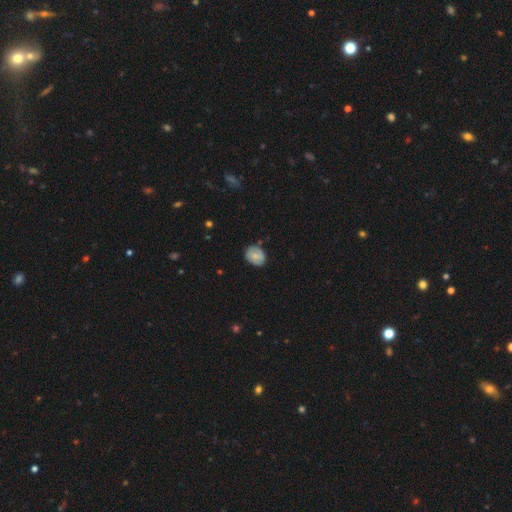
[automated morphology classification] This appears to be a smooth galaxy with no disk features (64%) that is in between round and cigar-shaped (56%). Merging: none (75%).